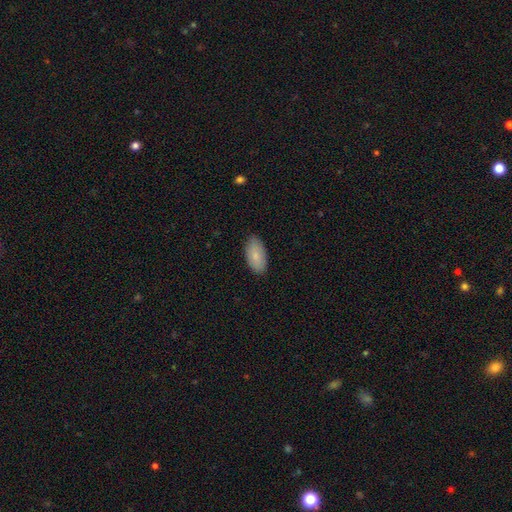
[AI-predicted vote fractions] This appears to be a smooth galaxy with no disk features (84%) that is in between round and cigar-shaped (94%). Merging: none (85%).